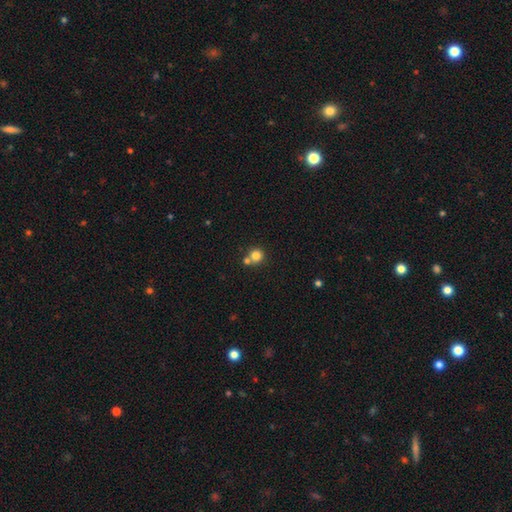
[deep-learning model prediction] Overall: smooth (80%). How rounded: round (91%). Merging: none (57%; merger 34%).